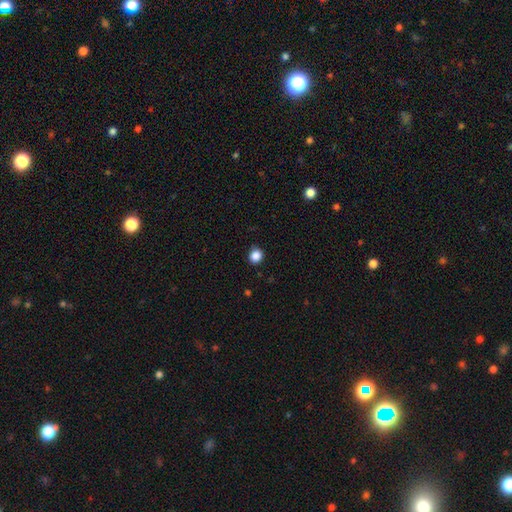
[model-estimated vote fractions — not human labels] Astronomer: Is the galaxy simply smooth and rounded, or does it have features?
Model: smooth — 87%.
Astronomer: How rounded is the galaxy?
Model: round — 81%.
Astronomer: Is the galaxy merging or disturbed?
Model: none — 89%.